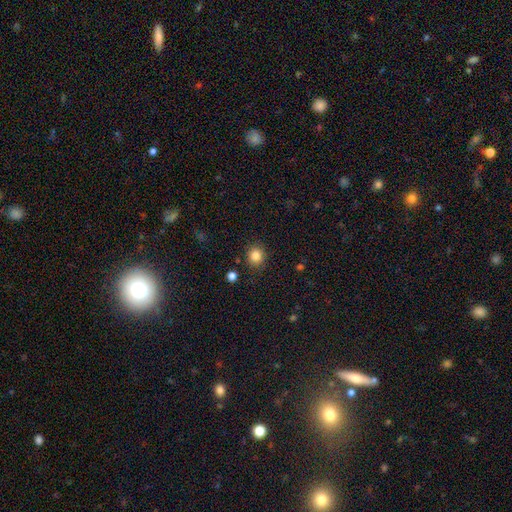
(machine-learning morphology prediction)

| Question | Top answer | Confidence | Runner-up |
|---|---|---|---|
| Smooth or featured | smooth | 84% | star or artifact (11%) |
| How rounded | round | 84% | in between (15%) |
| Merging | none | 88% | minor disturbance (8%) |